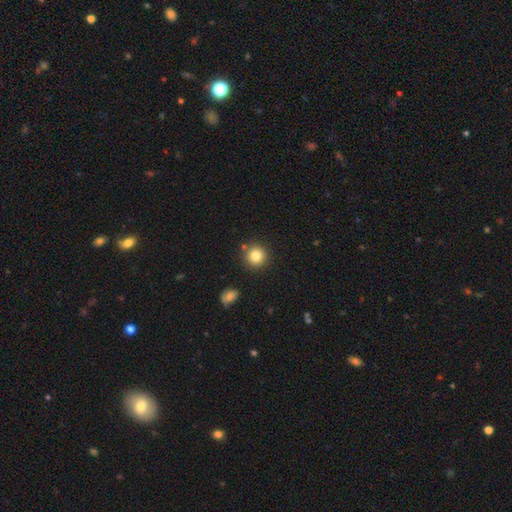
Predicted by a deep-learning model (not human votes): Smooth or featured? Predicted: smooth (p=0.82). How rounded? Predicted: round (p=0.93). Merging? Predicted: none (p=0.86).